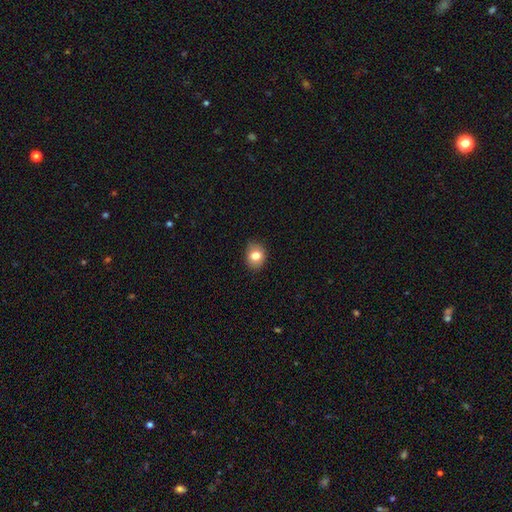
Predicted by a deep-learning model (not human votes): Smooth or featured? Predicted: smooth (p=0.79). How rounded? Predicted: in between (p=0.50). Merging? Predicted: none (p=0.84).